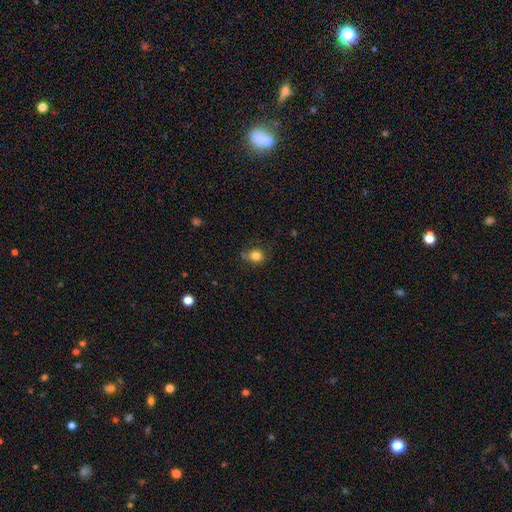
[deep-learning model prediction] Morphology: type=smooth (82%); roundness=round (71%); merging=none (72%).